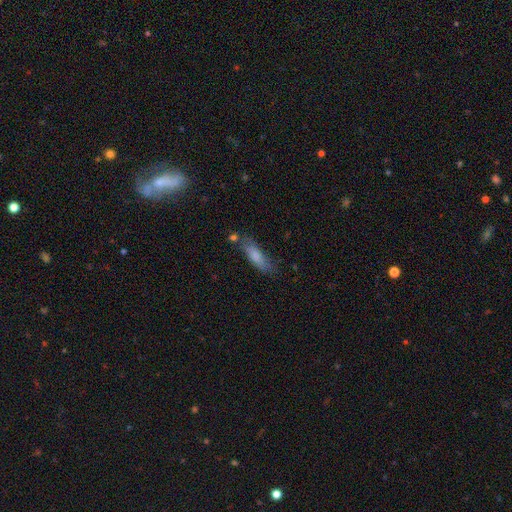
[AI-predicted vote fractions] The model was most divided on "how rounded": cigar-shaped: 53%, in between: 45%, round: 2%. More confident: smooth or featured — smooth (76%); merging — none (64%).